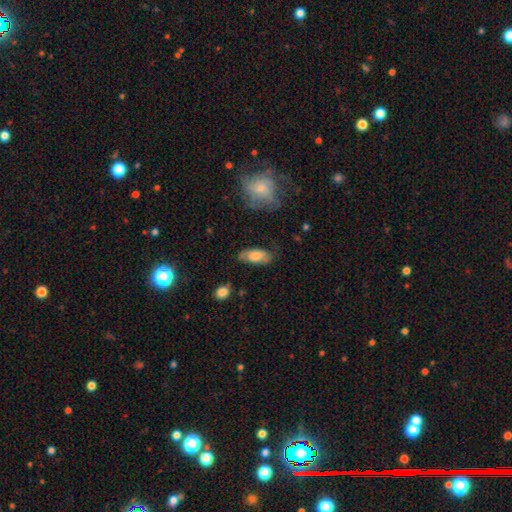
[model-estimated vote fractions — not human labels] smooth_or_featured: smooth (p=0.60) [alt: featured or disk p=0.33]
how_rounded: in between (p=0.86) [alt: cigar-shaped p=0.11]
merging: none (p=0.67) [alt: minor disturbance p=0.23]